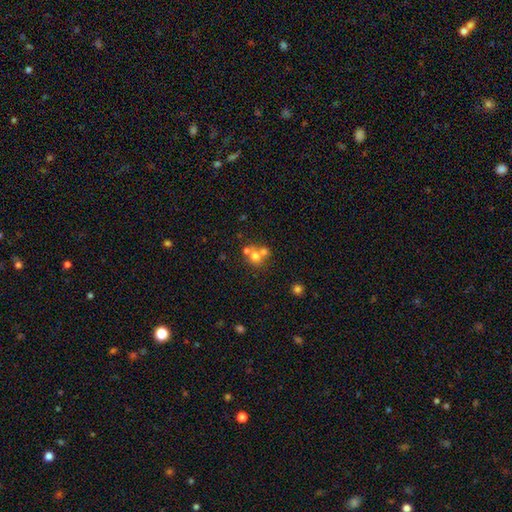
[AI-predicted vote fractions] smooth-or-featured: smooth: 64% | featured or disk: 21% | star or artifact: 15%
  how-rounded: round: 82% | in between: 18% | cigar-shaped: 1%
  merging: merger: 50% | none: 40% | minor disturbance: 7% | major disturbance: 4%